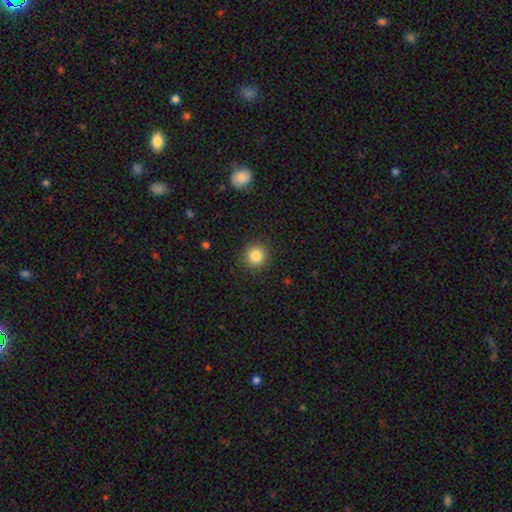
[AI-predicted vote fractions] Smooth or featured? smooth (84%)
How rounded? round (93%)
Merging? none (90%)